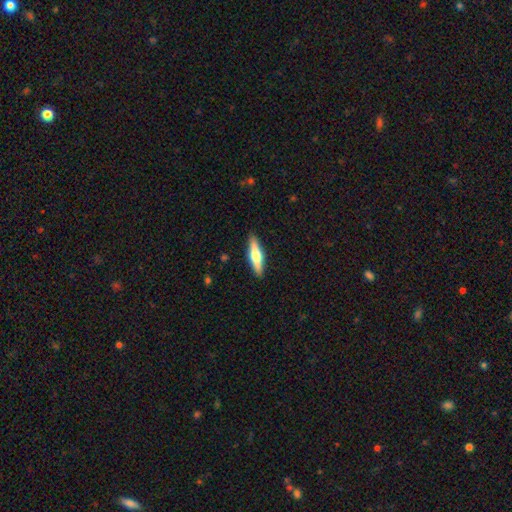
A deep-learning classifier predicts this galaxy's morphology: Q: Smooth or featured?
A: featured or disk (50%); runner-up: smooth (45%)
Q: Edge-on disk?
A: yes (95%); runner-up: no (5%)
Q: Merging?
A: none (91%); runner-up: minor disturbance (7%)